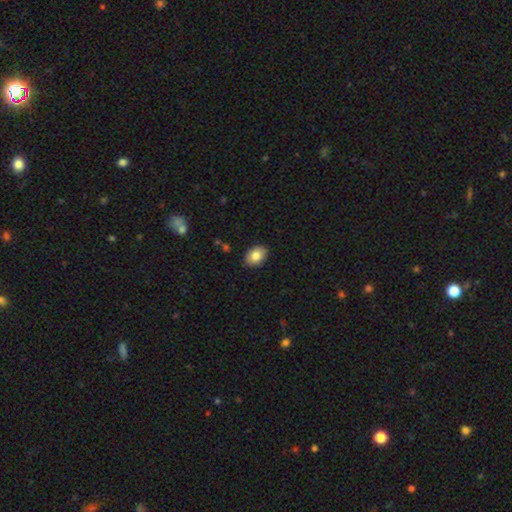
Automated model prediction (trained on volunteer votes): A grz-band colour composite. It shows a smooth galaxy with no disk features (83%) that is in between round and cigar-shaped (82%). Merging: none (89%).